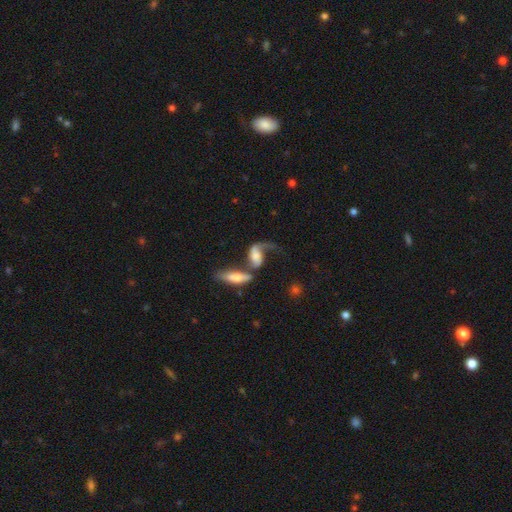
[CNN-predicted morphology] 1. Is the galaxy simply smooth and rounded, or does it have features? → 63% featured or disk, 30% smooth, 8% star or artifact.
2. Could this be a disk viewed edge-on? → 87% no, 13% yes.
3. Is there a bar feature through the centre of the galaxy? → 53% no, 33% weak, 14% strong.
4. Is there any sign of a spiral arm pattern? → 86% yes, 14% no.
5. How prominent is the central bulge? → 31% moderate, 22% large, 22% small, 19% none, 5% dominant.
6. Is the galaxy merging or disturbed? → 45% merger, 24% none, 21% major disturbance, 11% minor disturbance.